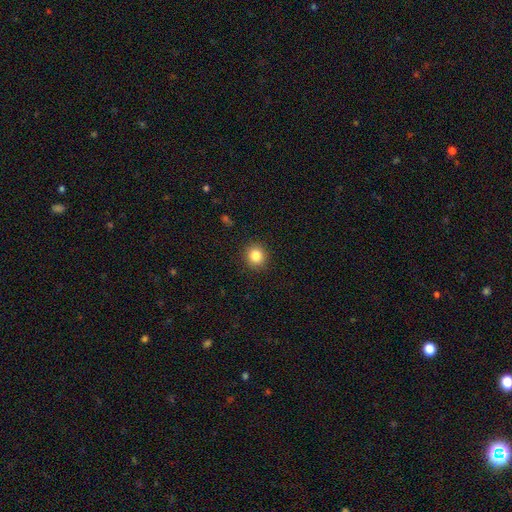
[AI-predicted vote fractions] smooth-or-featured: smooth: 84% | star or artifact: 10% | featured or disk: 5%
  how-rounded: round: 84% | in between: 15% | cigar-shaped: 1%
  merging: none: 91% | minor disturbance: 6% | major disturbance: 2% | merger: 1%